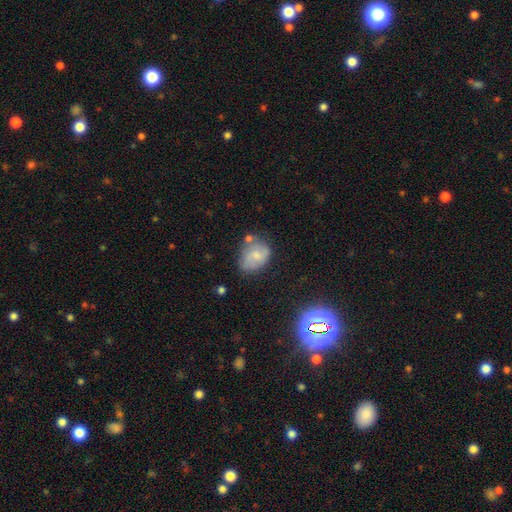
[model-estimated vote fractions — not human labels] smooth-or-featured: smooth: 65% | featured or disk: 25% | star or artifact: 10%
  how-rounded: in between: 64% | round: 35% | cigar-shaped: 1%
  merging: none: 49% | minor disturbance: 30% | major disturbance: 11% | merger: 10%